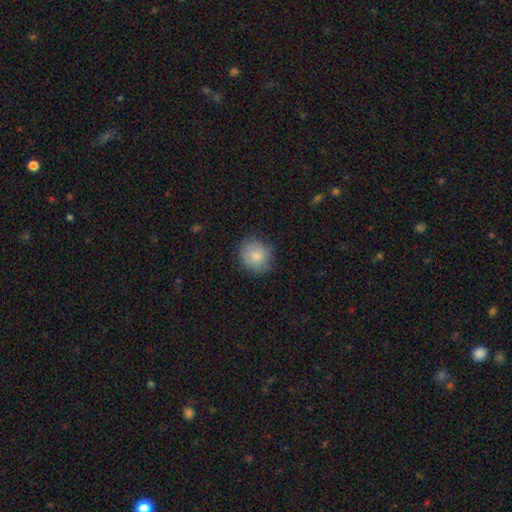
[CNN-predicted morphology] smooth-or-featured: smooth: 80% | featured or disk: 12% | star or artifact: 8%
  how-rounded: round: 82% | in between: 17% | cigar-shaped: 1%
  merging: none: 73% | minor disturbance: 21% | major disturbance: 5% | merger: 1%